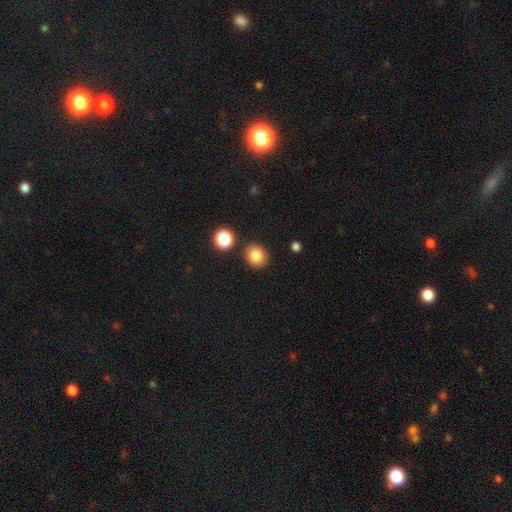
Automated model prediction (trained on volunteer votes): Smooth or featured: smooth — 84% (star or artifact — 10%)
How rounded: round — 76% (in between — 23%)
Merging: none — 85% (minor disturbance — 8%)